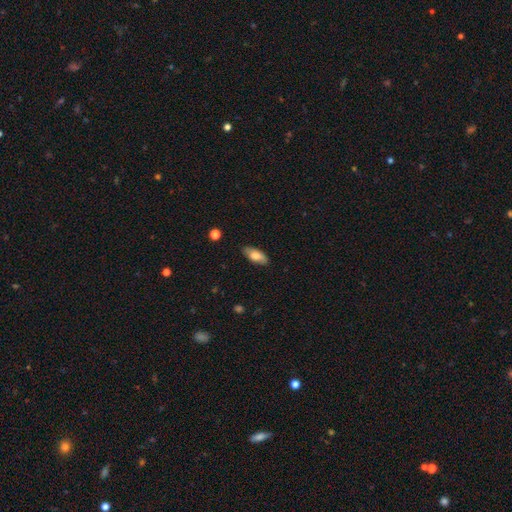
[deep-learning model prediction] A smooth galaxy with no disk features (75%) that is in between round and cigar-shaped (84%). Merging: none (84%).